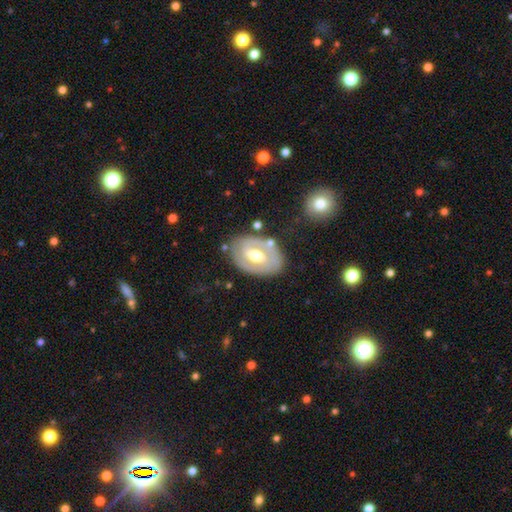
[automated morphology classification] A featured or disk galaxy (74%) with a weak bar (42%), spiral arms (62%) and a moderate central bulge (73%).

Vote fractions:
- Smooth or featured? featured or disk: 74% / smooth: 22% / star or artifact: 5%
- Edge-on disk? no: 94% / yes: 6%
- Bar? weak: 42% / no: 31% / strong: 26%
- Spiral arms? yes: 62% / no: 38%
- Bulge size? moderate: 73% / small: 14% / large: 11% / dominant: 1% / none: 1%
- Merging? none: 74% / minor disturbance: 16% / major disturbance: 6% / merger: 4%